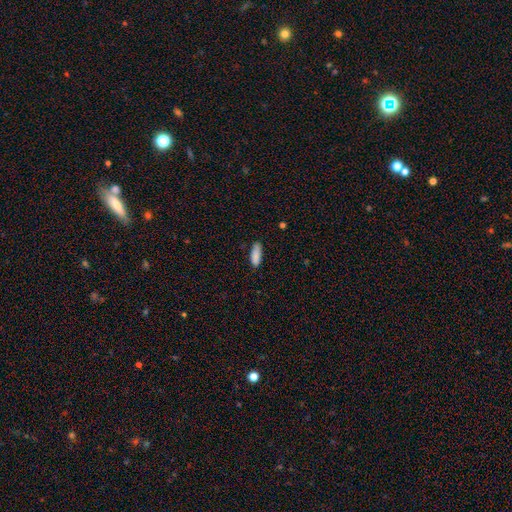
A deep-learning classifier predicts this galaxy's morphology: smooth 88%, star or artifact 7%, featured or disk 5%. Down the decision tree: how rounded — in between (65%); merging — none (76%).